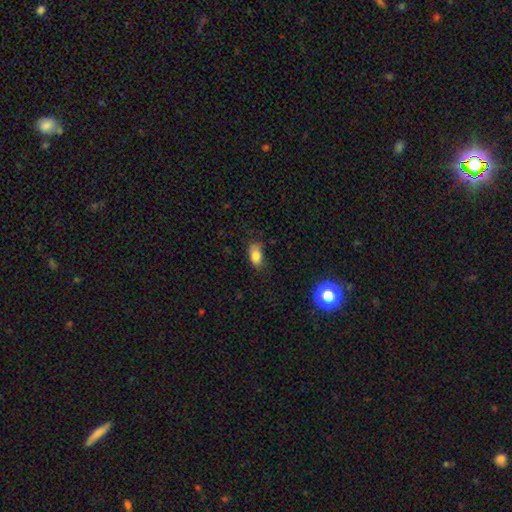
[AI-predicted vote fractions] This appears to be a smooth galaxy with no disk features (82%) that is in between round and cigar-shaped (85%). Merging: none (76%).